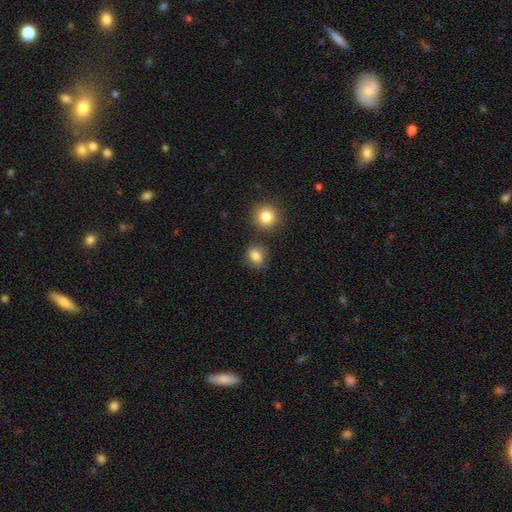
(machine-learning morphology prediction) Smooth or featured? Predicted: smooth (p=0.81). How rounded? Predicted: round (p=0.51). Merging? Predicted: none (p=0.73).